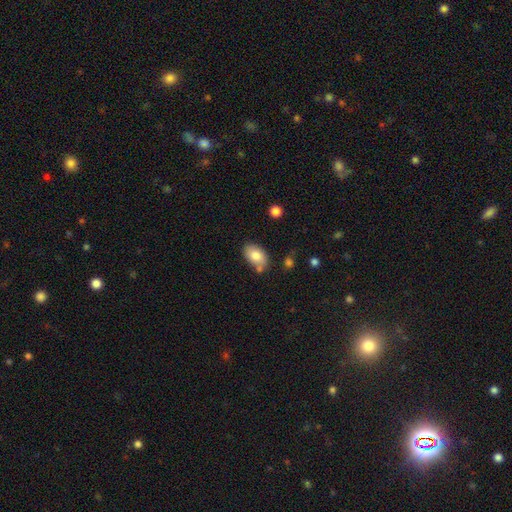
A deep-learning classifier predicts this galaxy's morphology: Smooth or featured? Predicted: smooth (p=0.80). How rounded? Predicted: in between (p=0.90). Merging? Predicted: none (p=0.67).